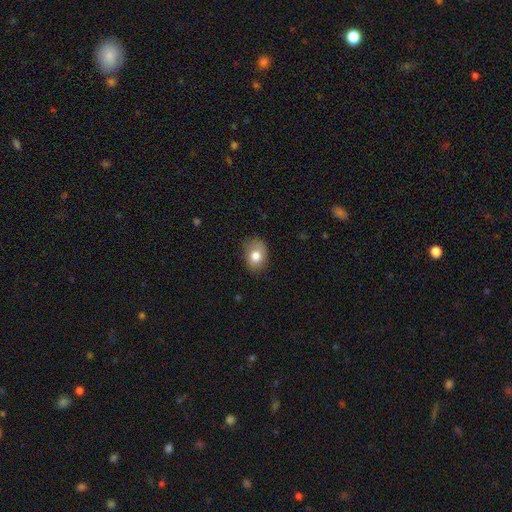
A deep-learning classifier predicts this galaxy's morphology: Smooth or featured? Predicted: smooth (p=0.79). How rounded? Predicted: in between (p=0.64). Merging? Predicted: none (p=0.73).